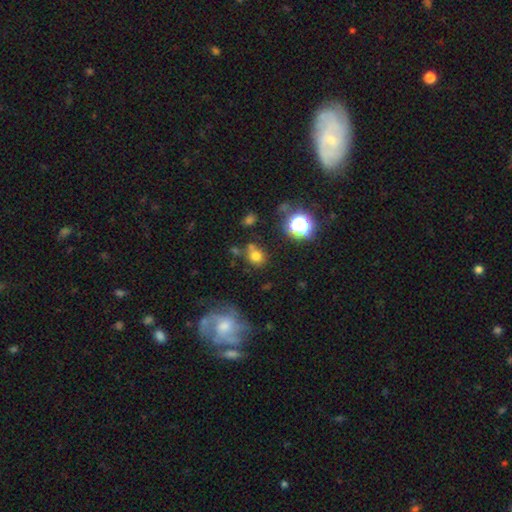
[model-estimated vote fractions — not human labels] Smooth or featured: smooth — 72% (star or artifact — 19%)
How rounded: round — 73% (in between — 25%)
Merging: none — 65% (merger — 15%)